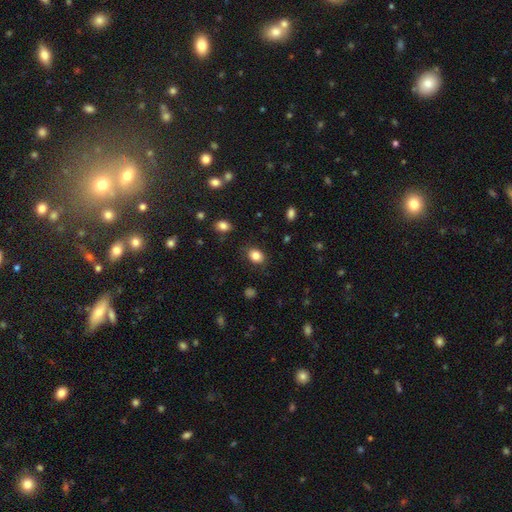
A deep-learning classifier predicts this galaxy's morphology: This appears to be a smooth galaxy with no disk features (84%) that is in between round and cigar-shaped (65%). Merging: none (83%).